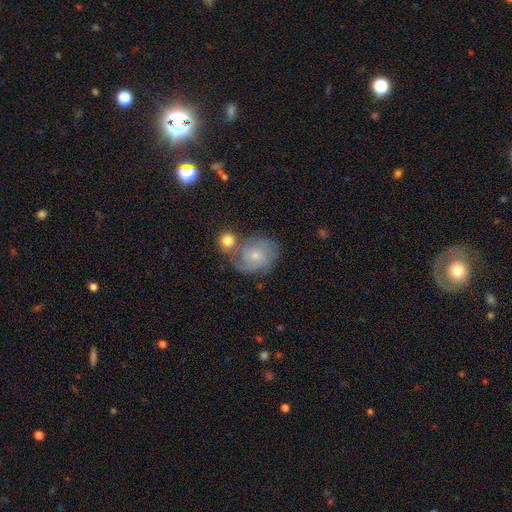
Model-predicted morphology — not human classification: A featured or disk galaxy (51%). Merging: none (44%).